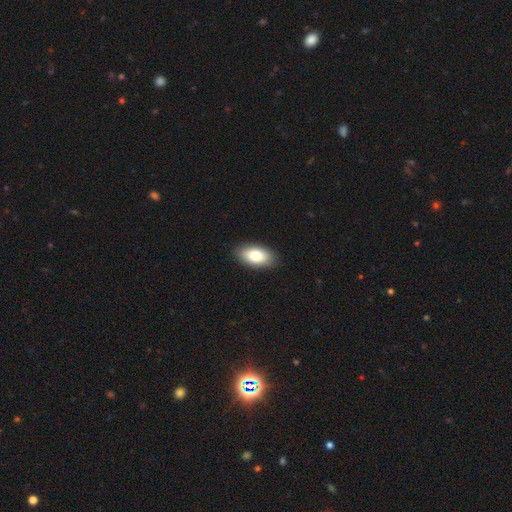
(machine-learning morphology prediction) This is clearly a smooth galaxy (81%). How rounded: clearly in between (93%). Merging: clearly none (89%).